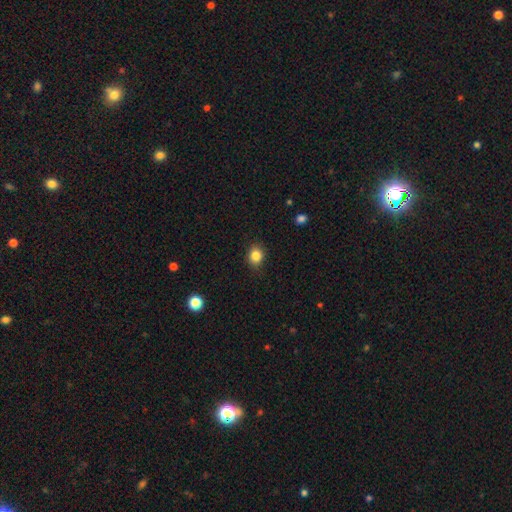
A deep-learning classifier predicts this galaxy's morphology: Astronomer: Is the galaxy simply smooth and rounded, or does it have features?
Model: smooth — 84%.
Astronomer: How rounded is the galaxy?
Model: round — 67%.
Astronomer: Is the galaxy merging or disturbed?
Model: none — 87%.